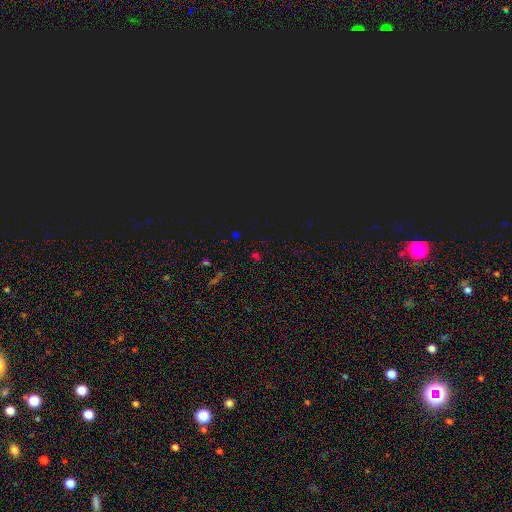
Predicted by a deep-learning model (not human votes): This is likely a star or artifact rather than a galaxy (62%).